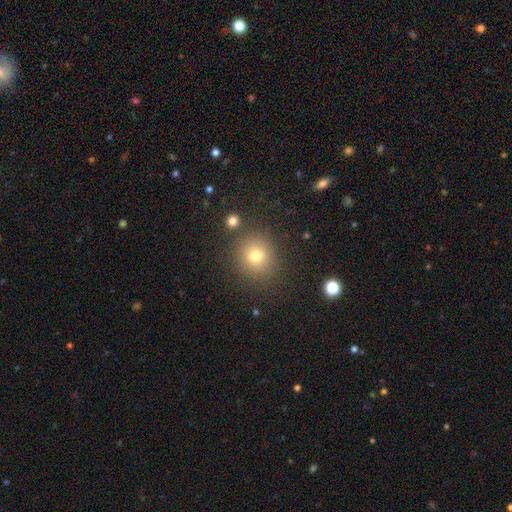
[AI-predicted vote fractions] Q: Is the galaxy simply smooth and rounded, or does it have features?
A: smooth — 74%.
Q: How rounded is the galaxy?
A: round — 83%.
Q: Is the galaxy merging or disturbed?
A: none — 83%.